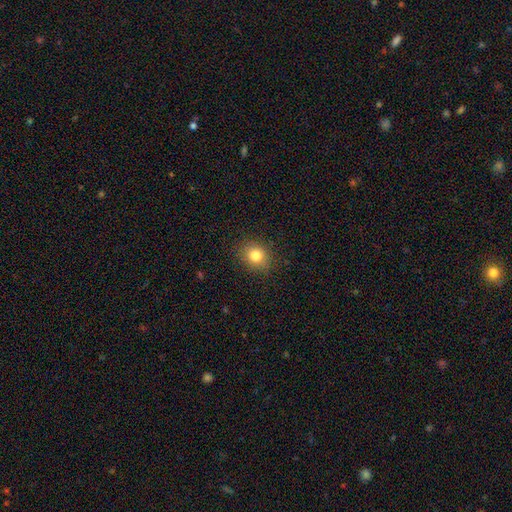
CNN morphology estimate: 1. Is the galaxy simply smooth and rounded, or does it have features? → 82% smooth, 11% star or artifact, 7% featured or disk.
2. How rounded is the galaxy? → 65% round, 34% in between, 1% cigar-shaped.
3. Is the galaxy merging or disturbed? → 87% none, 9% minor disturbance, 3% major disturbance, 1% merger.